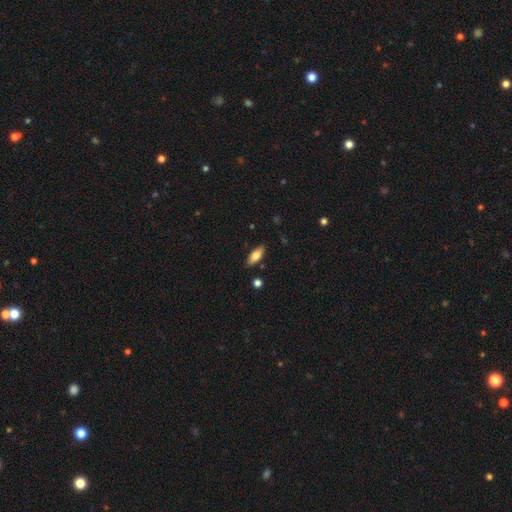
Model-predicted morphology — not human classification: A smooth galaxy with no disk features (74%) that is in between round and cigar-shaped (75%).

Vote fractions:
- Smooth or featured? smooth: 74% / featured or disk: 19% / star or artifact: 6%
- How rounded? in between: 75% / cigar-shaped: 23% / round: 2%
- Merging? none: 86% / minor disturbance: 10% / merger: 2% / major disturbance: 2%